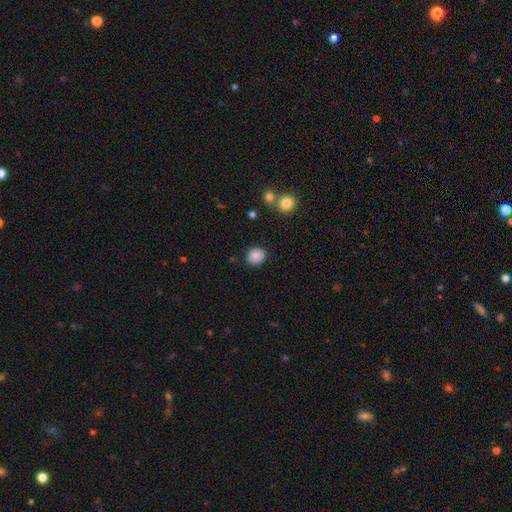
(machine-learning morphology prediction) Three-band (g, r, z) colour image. It shows a smooth galaxy with no disk features (87%) that is round (73%). Merging: none (87%).